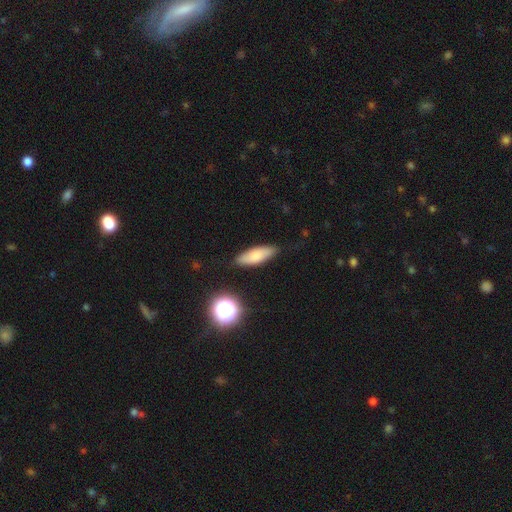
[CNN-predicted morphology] A smooth galaxy with no disk features (76%) that is in between round and cigar-shaped (57%).

Vote fractions:
- Smooth or featured? smooth: 76% / featured or disk: 16% / star or artifact: 8%
- How rounded? in between: 57% / cigar-shaped: 40% / round: 3%
- Merging? none: 82% / minor disturbance: 14% / major disturbance: 3% / merger: 2%